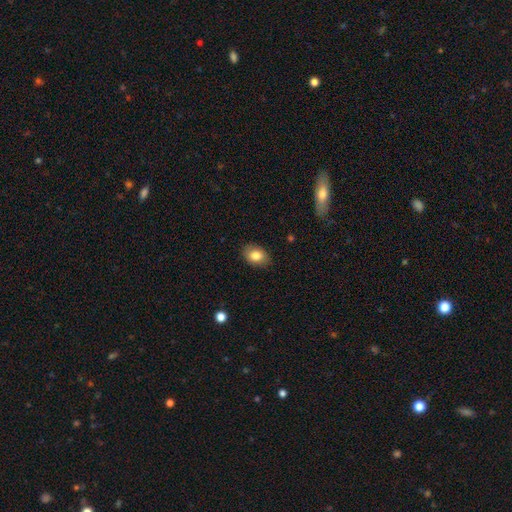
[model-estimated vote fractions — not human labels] smooth 83%, featured or disk 10%, star or artifact 8%. Down the decision tree: how rounded — in between (79%); merging — none (86%).